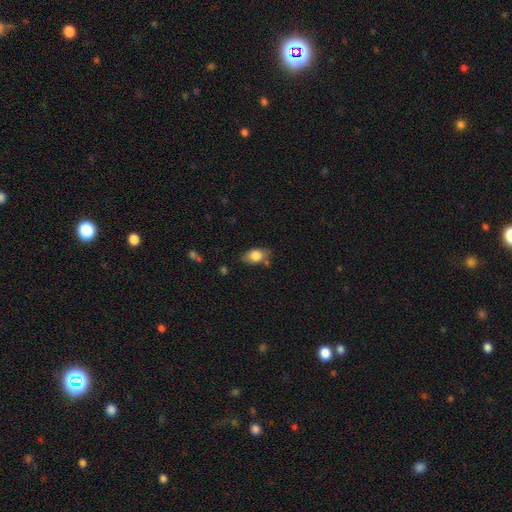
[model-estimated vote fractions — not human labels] This appears to be a smooth galaxy with no disk features (81%) that is in between round and cigar-shaped (86%). Merging: none (68%).